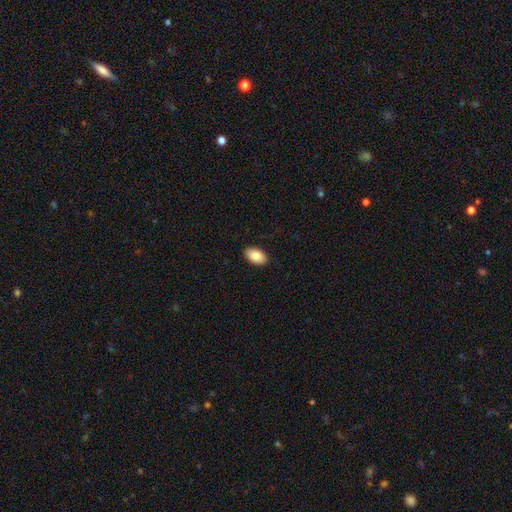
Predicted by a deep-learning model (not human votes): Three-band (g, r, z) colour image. It shows a smooth galaxy with no disk features (85%) that is in between round and cigar-shaped (94%). Merging: none (90%).